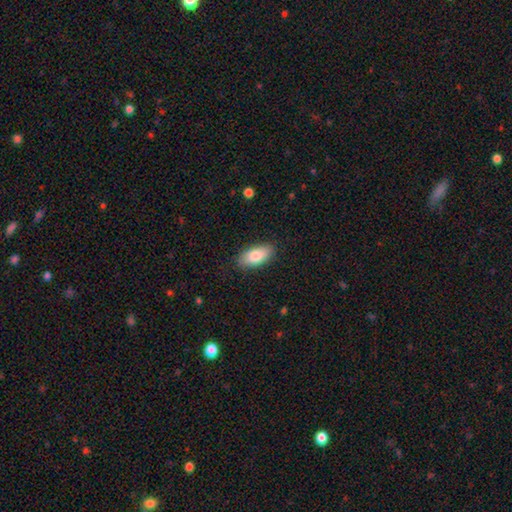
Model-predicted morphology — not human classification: Smooth or featured: smooth — 82% (featured or disk — 11%)
How rounded: in between — 90% (cigar-shaped — 8%)
Merging: none — 85% (minor disturbance — 11%)